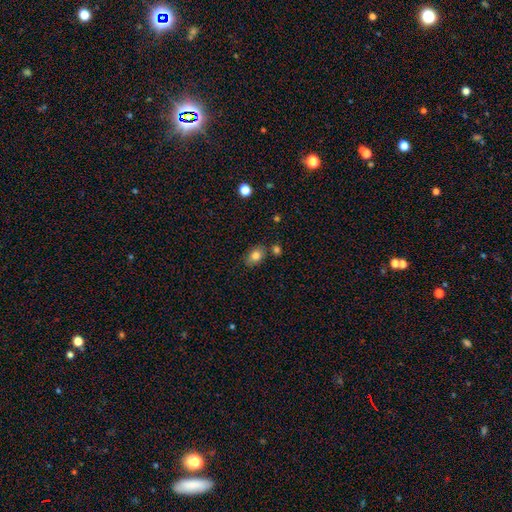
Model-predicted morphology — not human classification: smooth_or_featured: smooth (p=0.81) [alt: star or artifact p=0.10]
how_rounded: in between (p=0.77) [alt: round p=0.22]
merging: none (p=0.74) [alt: minor disturbance p=0.14]